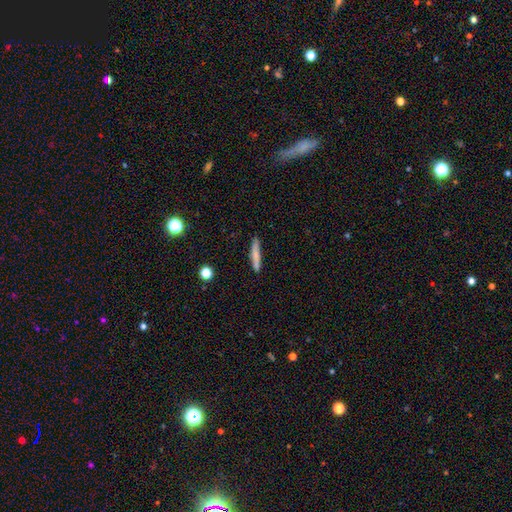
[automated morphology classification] type=smooth (75%); roundness=cigar-shaped (93%); merging=none (87%).